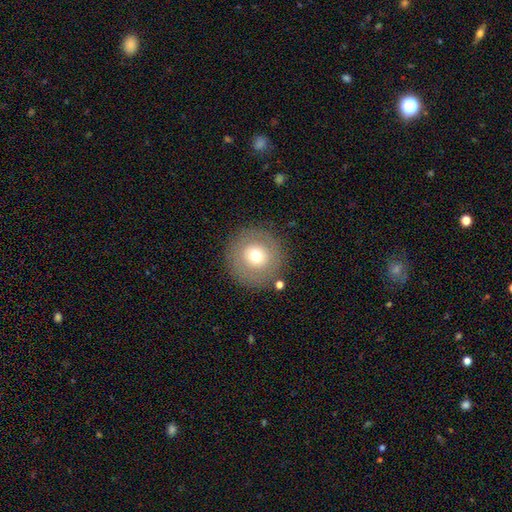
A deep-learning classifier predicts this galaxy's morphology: Overall: smooth (68%). How rounded: round (96%). Merging: none (87%).